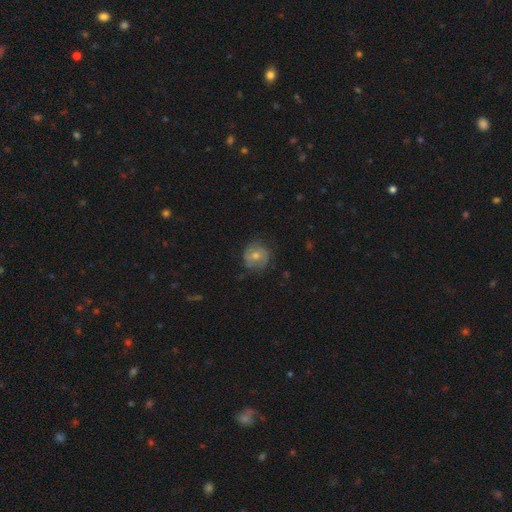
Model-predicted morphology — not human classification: A smooth galaxy with no disk features (52%) that is round (86%). Merging: none (70%).